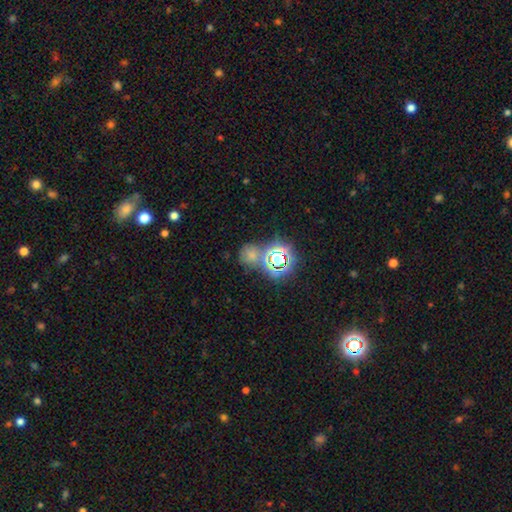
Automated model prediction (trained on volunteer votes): A star or artifact, not a galaxy (60%).

Vote fractions:
- Smooth or featured? star or artifact: 60% / smooth: 30% / featured or disk: 10%